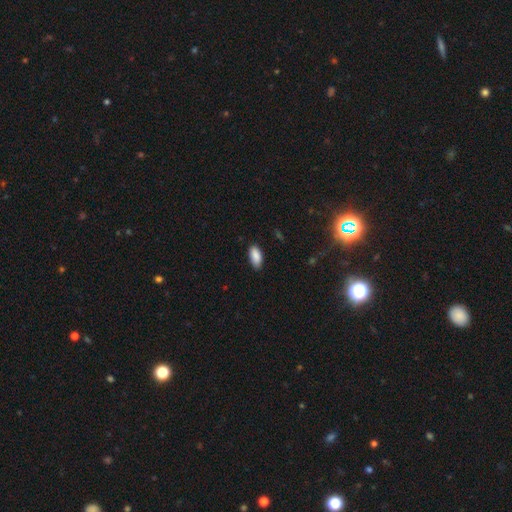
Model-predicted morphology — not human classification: type=smooth (89%); roundness=in between (91%); merging=none (82%).